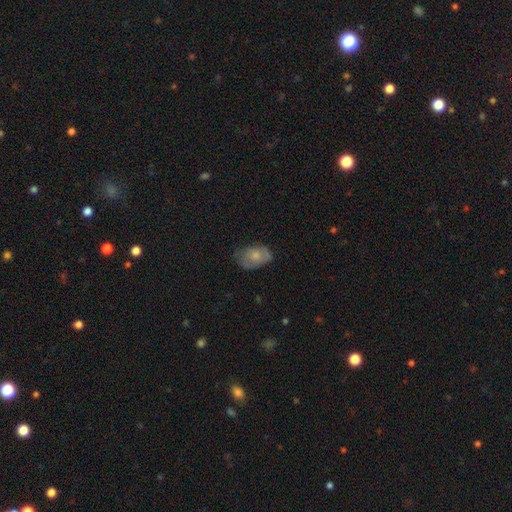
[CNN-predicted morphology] The model was most divided on "merging": none: 55%, minor disturbance: 33%, major disturbance: 11%, merger: 2%. More confident: how rounded — in between (85%); smooth or featured — smooth (64%).